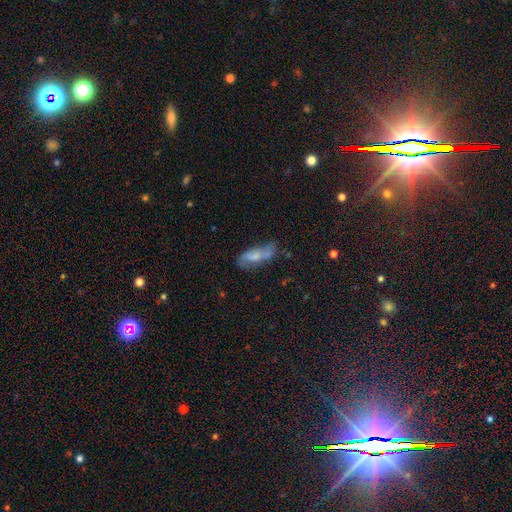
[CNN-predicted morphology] smooth_or_featured: smooth (p=0.47) [alt: featured or disk p=0.45]
merging: none (p=0.48) [alt: minor disturbance p=0.29]